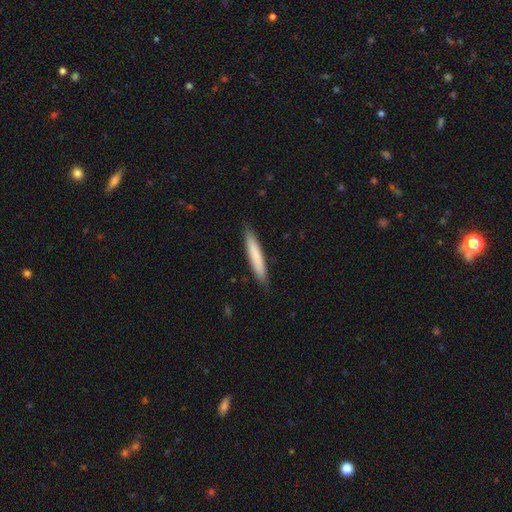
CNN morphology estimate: smooth-or-featured: smooth: 77% | featured or disk: 18% | star or artifact: 5%
  how-rounded: cigar-shaped: 93% | in between: 6% | round: 1%
  merging: none: 89% | minor disturbance: 8% | major disturbance: 1% | merger: 1%